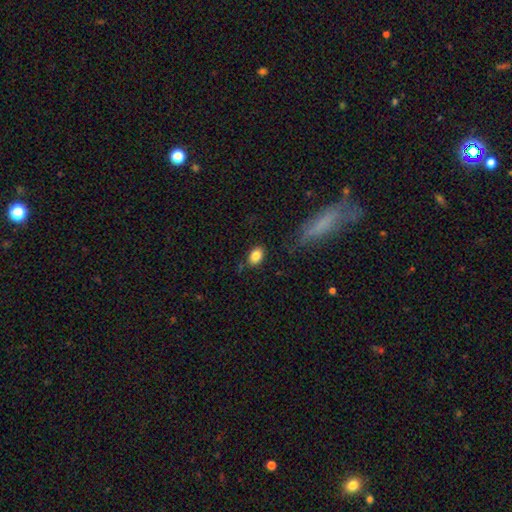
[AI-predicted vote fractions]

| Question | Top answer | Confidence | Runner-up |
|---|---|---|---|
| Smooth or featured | smooth | 83% | star or artifact (9%) |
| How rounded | in between | 78% | round (21%) |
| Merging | none | 80% | minor disturbance (13%) |